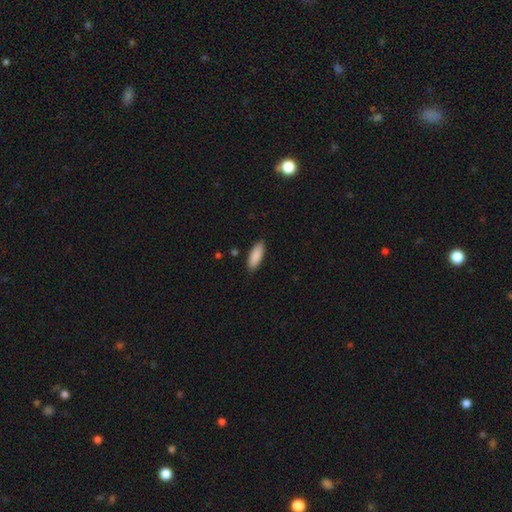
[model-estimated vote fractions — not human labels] Morphology: type=smooth (89%); roundness=in between (68%); merging=none (87%).